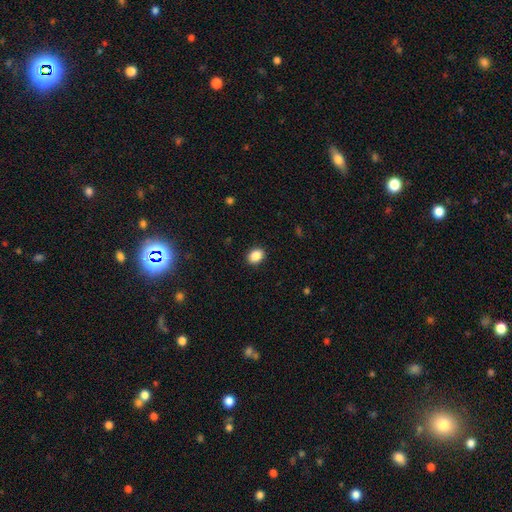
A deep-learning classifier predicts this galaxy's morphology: smooth 88%, star or artifact 9%, featured or disk 4%. Down the decision tree: how rounded — in between (63%); merging — none (90%).